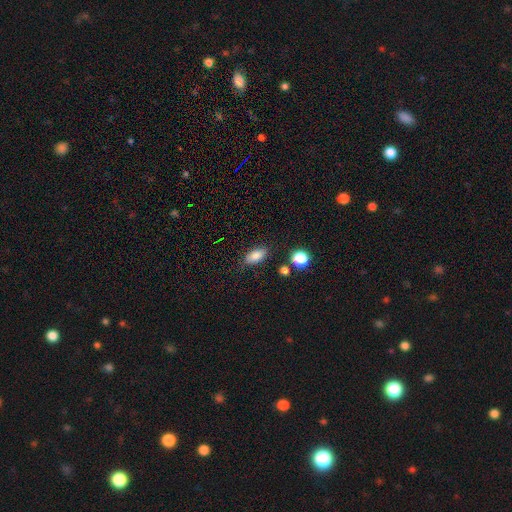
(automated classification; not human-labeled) Smooth or featured? Predicted: smooth (p=0.82). How rounded? Predicted: in between (p=0.86). Merging? Predicted: none (p=0.82).